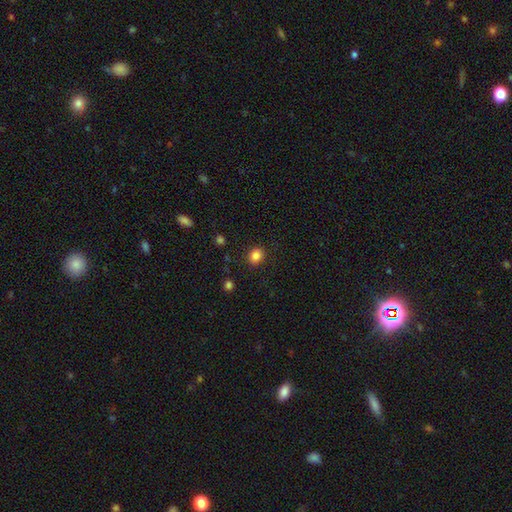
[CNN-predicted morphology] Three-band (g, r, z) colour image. It shows a smooth galaxy with no disk features (85%) that is round (62%). Merging: none (87%).